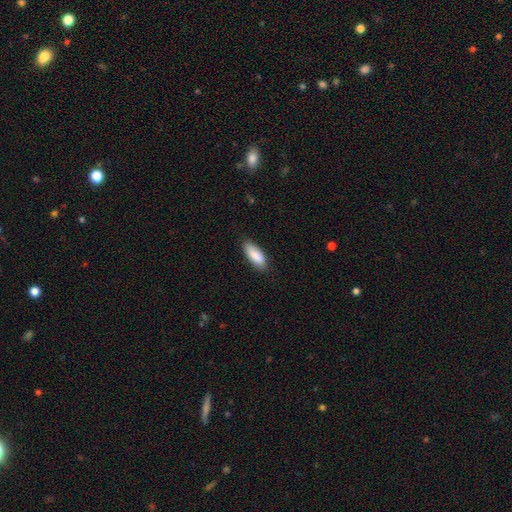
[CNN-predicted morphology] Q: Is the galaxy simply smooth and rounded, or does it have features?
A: smooth — 89%.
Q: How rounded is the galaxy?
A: in between — 77%.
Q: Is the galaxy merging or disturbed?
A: none — 83%.